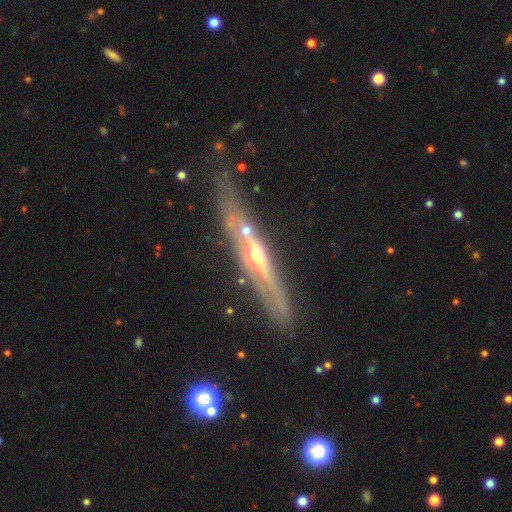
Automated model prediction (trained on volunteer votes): featured or disk 78%, smooth 14%, star or artifact 8%. Down the decision tree: edge-on disk — yes (87%); edge-on bulge — rounded (78%); merging — none (76%).